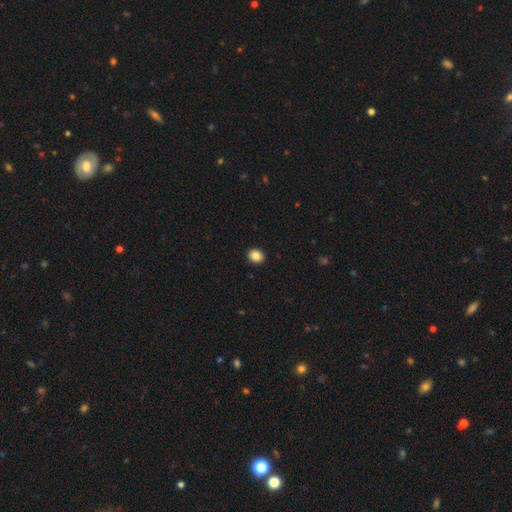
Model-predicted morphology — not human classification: Overall: smooth (86%). How rounded: round (69%; in between 30%). Merging: none (92%).